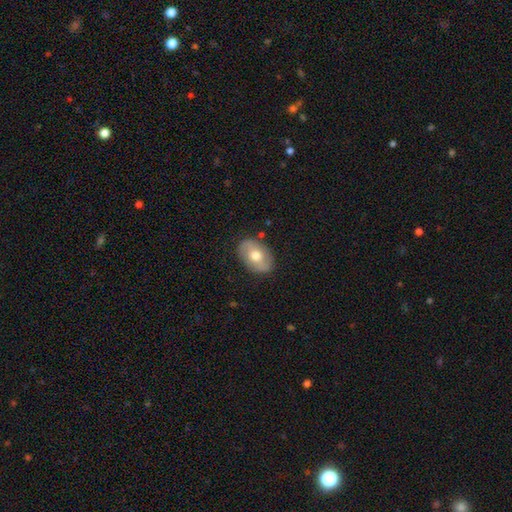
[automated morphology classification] Smooth or featured?
  - smooth: 56% *
  - featured or disk: 37%
  - star or artifact: 6%
How rounded?
  - in between: 83% *
  - round: 16%
  - cigar-shaped: 1%
Merging?
  - none: 84% *
  - minor disturbance: 12%
  - major disturbance: 3%
  - merger: 1%